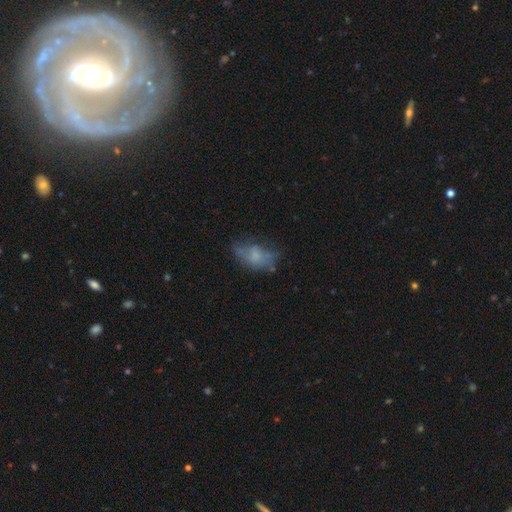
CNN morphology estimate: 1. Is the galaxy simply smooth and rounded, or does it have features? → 57% smooth, 32% featured or disk, 11% star or artifact.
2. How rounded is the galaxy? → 87% in between, 9% round, 4% cigar-shaped.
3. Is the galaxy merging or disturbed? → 49% none, 27% minor disturbance, 20% major disturbance, 4% merger.